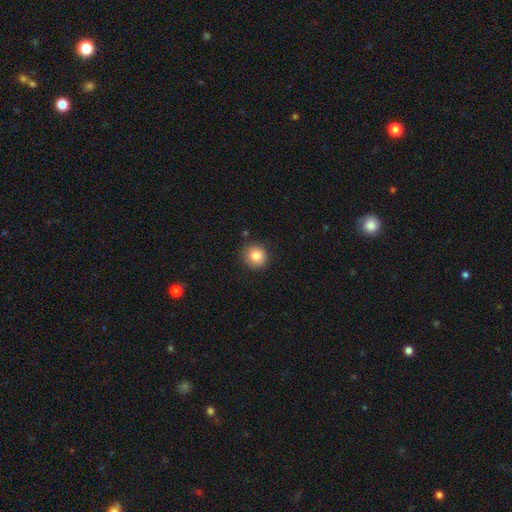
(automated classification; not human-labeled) This is clearly a smooth galaxy (83%). How rounded: clearly round (90%). Merging: clearly none (88%).